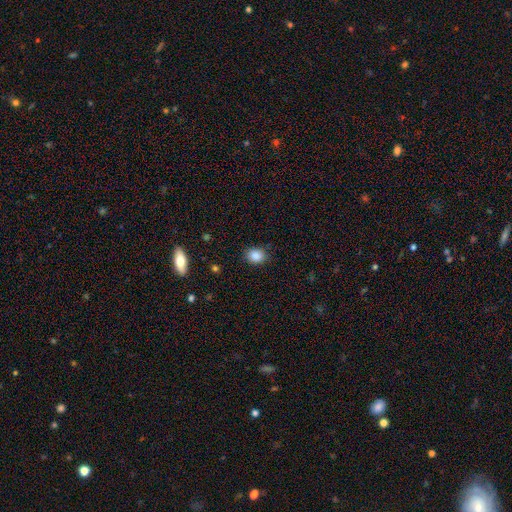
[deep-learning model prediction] Smooth or featured?
  - smooth: 87% *
  - star or artifact: 9%
  - featured or disk: 4%
How rounded?
  - round: 51% *
  - in between: 48%
  - cigar-shaped: 1%
Merging?
  - none: 84% *
  - minor disturbance: 12%
  - major disturbance: 3%
  - merger: 1%